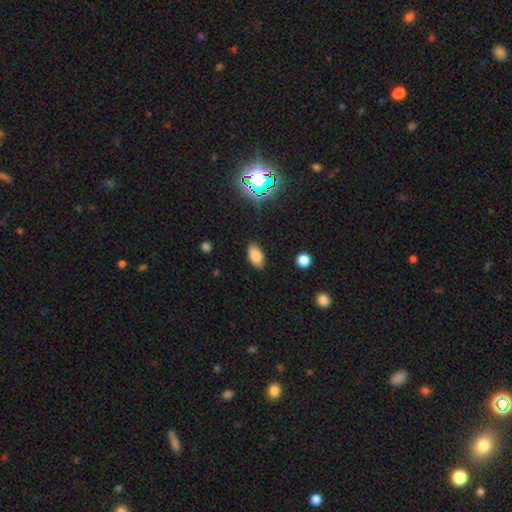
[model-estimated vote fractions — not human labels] A smooth galaxy with no disk features (83%) that is in between round and cigar-shaped (92%).

Vote fractions:
- Smooth or featured? smooth: 83% / star or artifact: 11% / featured or disk: 6%
- How rounded? in between: 92% / round: 4% / cigar-shaped: 3%
- Merging? none: 87% / minor disturbance: 9% / major disturbance: 2% / merger: 1%